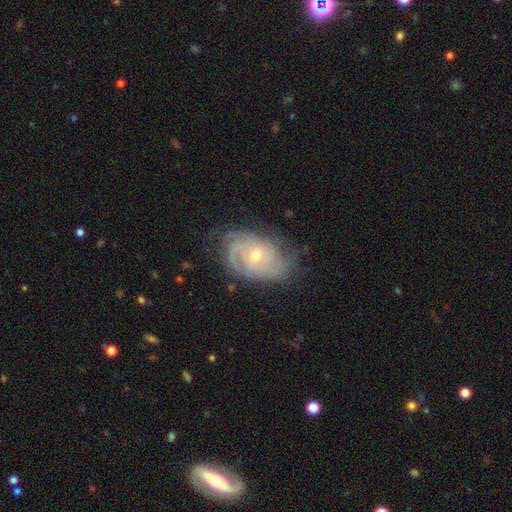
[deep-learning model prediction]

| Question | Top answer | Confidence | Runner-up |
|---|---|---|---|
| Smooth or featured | featured or disk | 84% | smooth (10%) |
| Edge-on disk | no | 96% | yes (4%) |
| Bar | no | 69% | weak (27%) |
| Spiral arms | yes | 94% | no (6%) |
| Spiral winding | tight | 63% | medium (29%) |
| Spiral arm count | can't tell | 34% | 3 (24%) |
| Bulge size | small | 49% | moderate (48%) |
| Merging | none | 66% | minor disturbance (23%) |